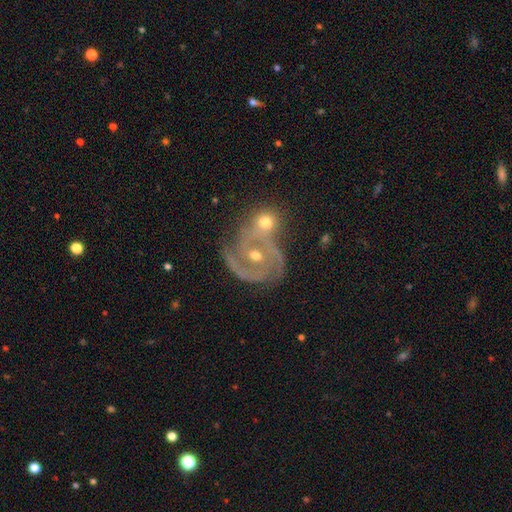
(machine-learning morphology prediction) featured or disk 84%, smooth 9%, star or artifact 7%. Down the decision tree: edge-on disk — no (97%); bar — no (58%); spiral arms — yes (94%); spiral arm count — 2 (50%); spiral winding — tight (47%); bulge size — moderate (53%); merging — merger (40%).